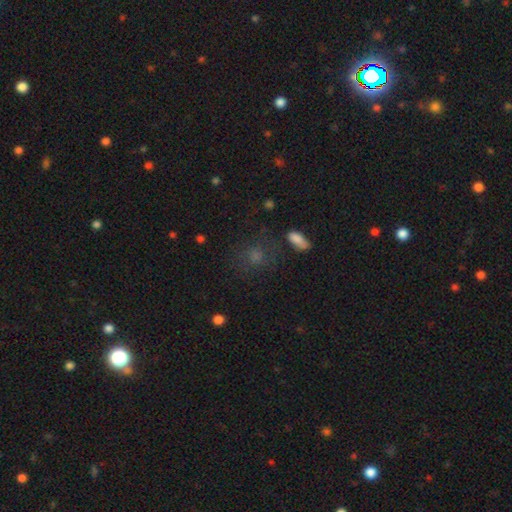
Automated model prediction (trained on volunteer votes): Q: Smooth or featured?
A: smooth (50%); runner-up: star or artifact (36%)
Q: Merging?
A: none (72%); runner-up: minor disturbance (14%)